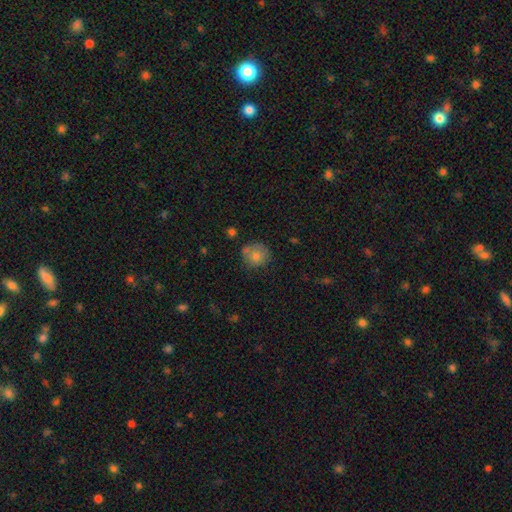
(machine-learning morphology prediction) Smooth or featured? Predicted: smooth (p=0.77). How rounded? Predicted: round (p=0.85). Merging? Predicted: none (p=0.63).